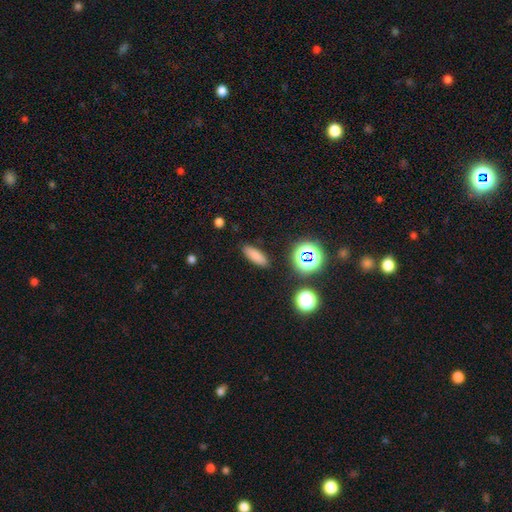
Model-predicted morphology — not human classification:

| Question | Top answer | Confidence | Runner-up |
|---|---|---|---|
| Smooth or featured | smooth | 79% | star or artifact (14%) |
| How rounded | in between | 52% | cigar-shaped (43%) |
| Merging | none | 88% | minor disturbance (8%) |